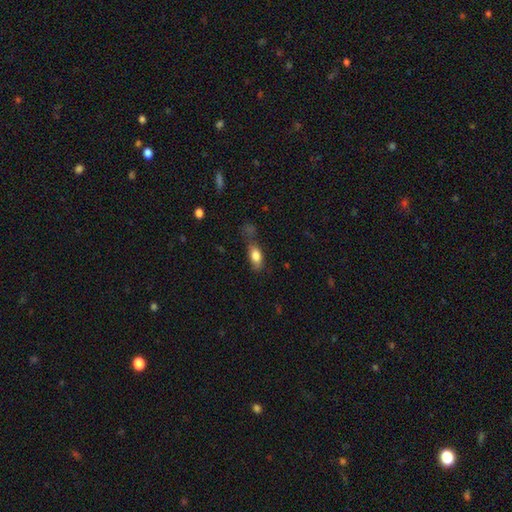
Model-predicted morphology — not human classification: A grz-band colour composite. It shows a smooth galaxy with no disk features (80%) that is in between round and cigar-shaped (82%). Merging: none (49%).